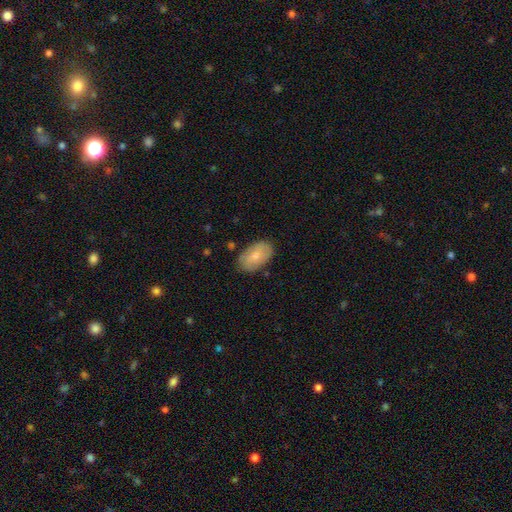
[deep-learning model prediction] This is likely a smooth galaxy (71%). How rounded: clearly in between (92%). Merging: likely none (80%).